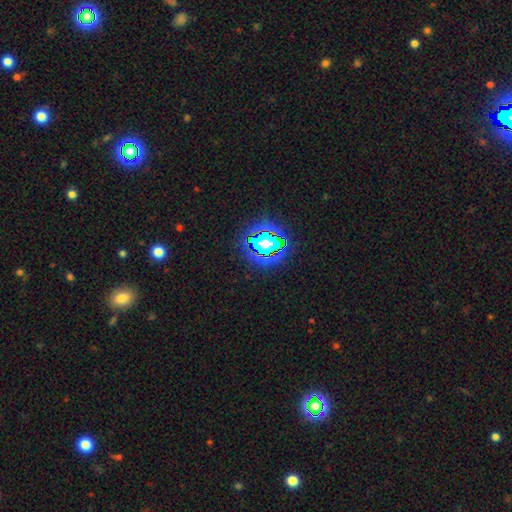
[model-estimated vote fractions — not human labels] Q: Smooth or featured?
A: star or artifact (78%); runner-up: smooth (14%)